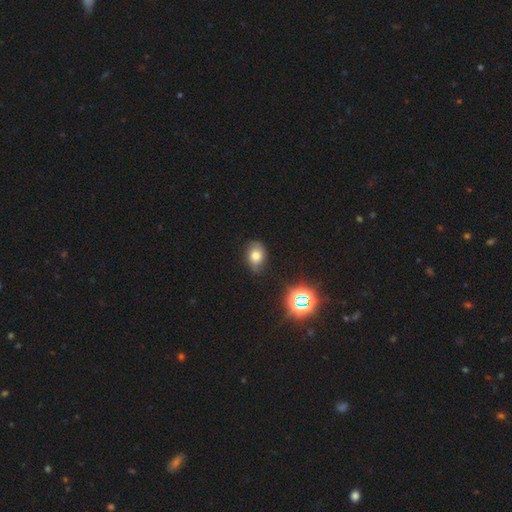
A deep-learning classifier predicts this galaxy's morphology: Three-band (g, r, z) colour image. It shows a smooth galaxy with no disk features (71%) that is in between round and cigar-shaped (70%). Merging: none (73%).